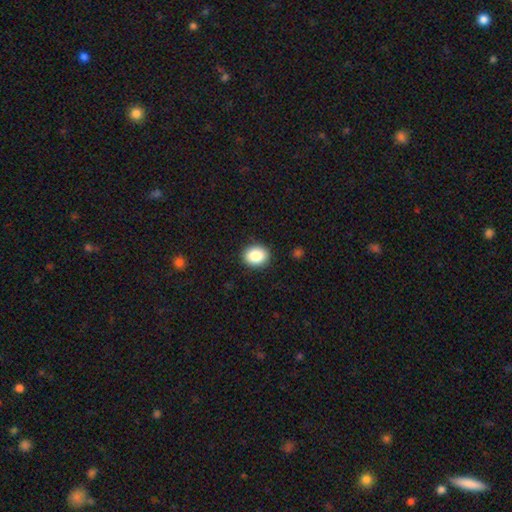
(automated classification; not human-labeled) This is clearly a smooth galaxy (87%). How rounded: likely round (61%). Merging: clearly none (90%).